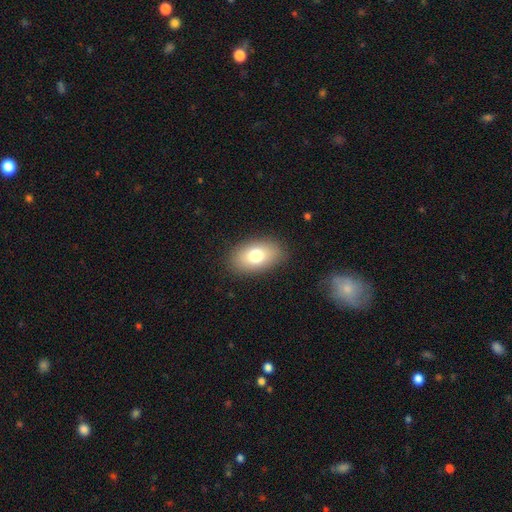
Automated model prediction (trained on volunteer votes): This appears to be a smooth galaxy with no disk features (77%) that is in between round and cigar-shaped (90%). Merging: none (86%).